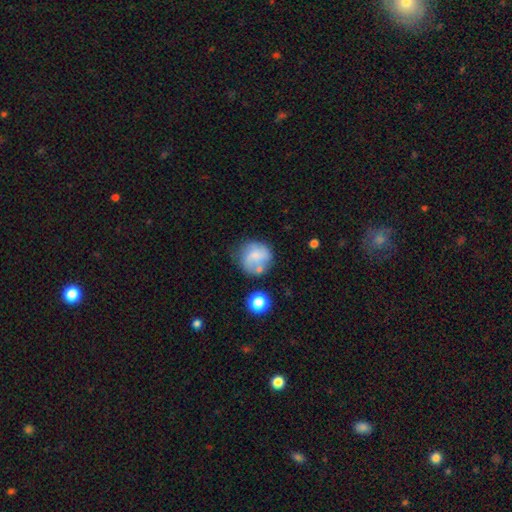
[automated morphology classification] This is possibly a smooth galaxy (57%). How rounded: clearly round (87%). Merging: possibly none (53%).